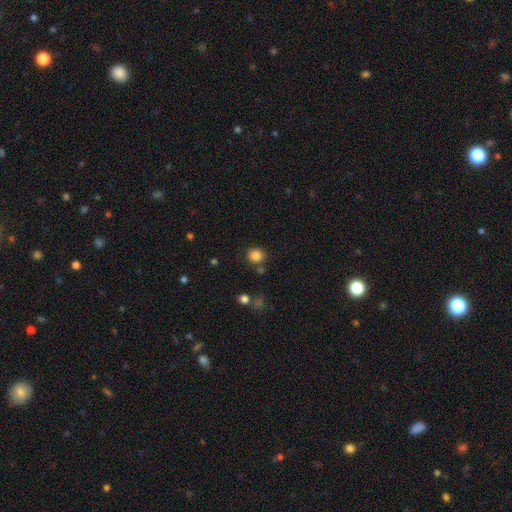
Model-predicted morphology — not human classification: A smooth galaxy with no disk features (84%) that is round (89%). Merging: none (79%).